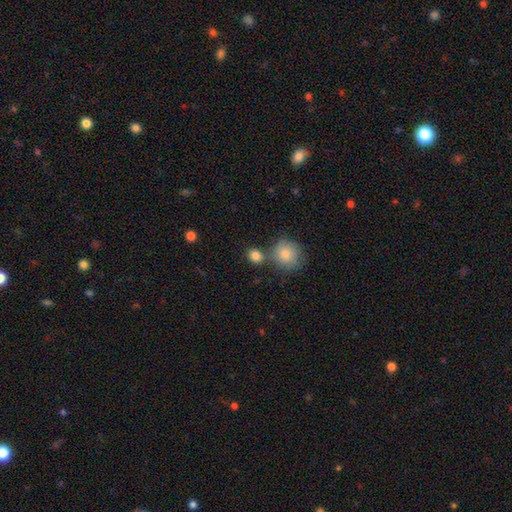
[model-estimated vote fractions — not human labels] Smooth or featured? smooth (85%)
How rounded? round (70%)
Merging? none (64%)